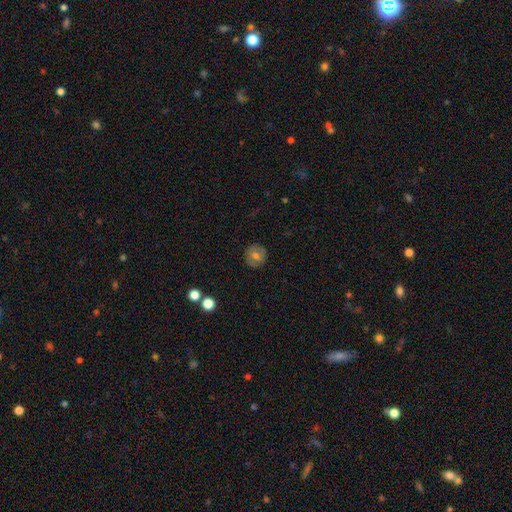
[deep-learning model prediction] smooth 66%, featured or disk 24%, star or artifact 10%. Down the decision tree: how rounded — round (89%); merging — none (89%).